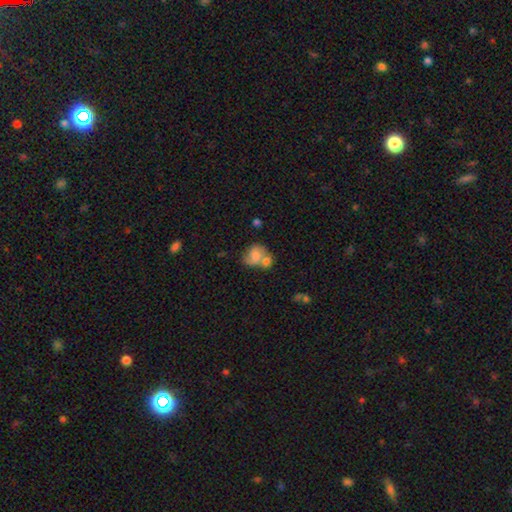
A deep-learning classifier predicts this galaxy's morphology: Smooth or featured?
  - smooth: 65% *
  - featured or disk: 27%
  - star or artifact: 9%
How rounded?
  - in between: 51% *
  - round: 48%
  - cigar-shaped: 1%
Merging?
  - merger: 53% *
  - none: 25%
  - minor disturbance: 14%
  - major disturbance: 8%